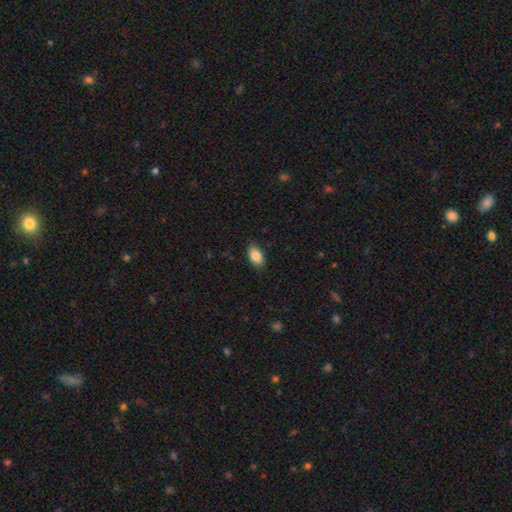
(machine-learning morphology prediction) smooth-or-featured: smooth: 86% | star or artifact: 7% | featured or disk: 6%
  how-rounded: in between: 91% | round: 7% | cigar-shaped: 2%
  merging: none: 85% | minor disturbance: 12% | major disturbance: 2% | merger: 1%